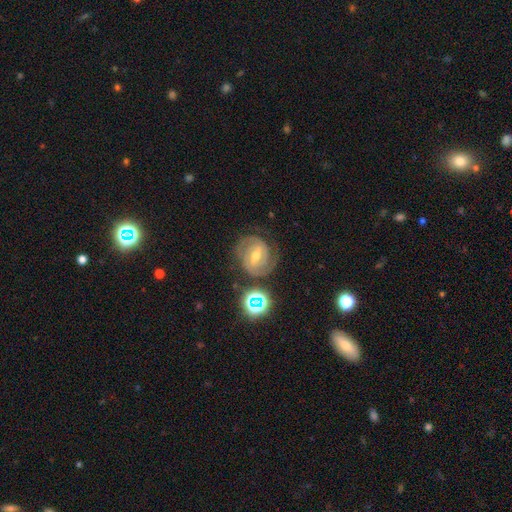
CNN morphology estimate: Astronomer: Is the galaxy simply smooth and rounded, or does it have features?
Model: featured or disk — 82%.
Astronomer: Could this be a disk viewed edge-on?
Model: no — 97%.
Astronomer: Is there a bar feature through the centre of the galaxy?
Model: weak — 47% (runner-up: strong, 37%).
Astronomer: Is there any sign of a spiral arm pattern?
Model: yes — 96%.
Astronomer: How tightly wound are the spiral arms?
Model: tight — 63%.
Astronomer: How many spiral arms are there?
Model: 2 — 70%.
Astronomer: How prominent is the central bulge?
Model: moderate — 60% (runner-up: small, 36%).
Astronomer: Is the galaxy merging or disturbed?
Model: none — 77%.